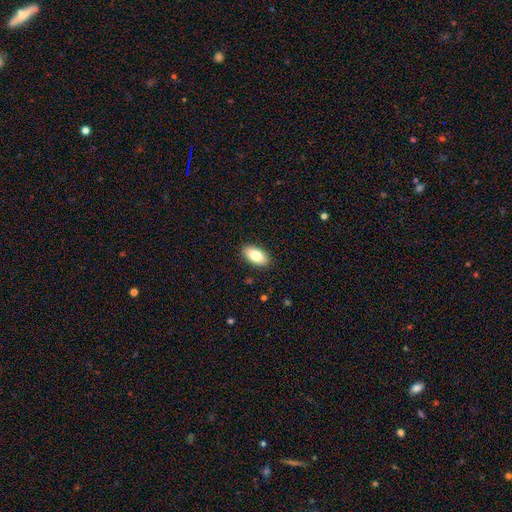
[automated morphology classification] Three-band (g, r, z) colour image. It shows a smooth galaxy with no disk features (82%) that is in between round and cigar-shaped (94%). Merging: none (89%).